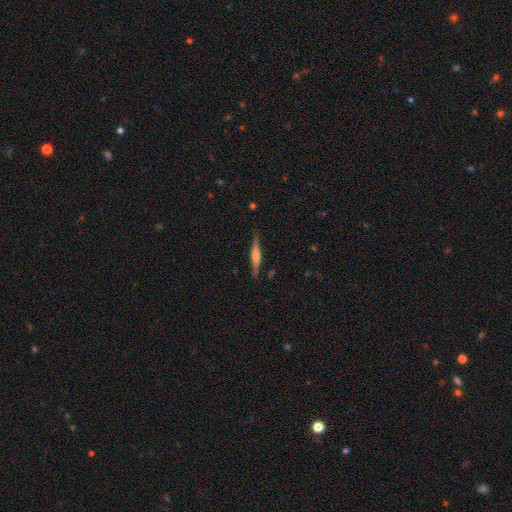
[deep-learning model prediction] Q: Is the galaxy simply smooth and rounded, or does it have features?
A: featured or disk — 69%.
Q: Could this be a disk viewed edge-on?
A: yes — 98%.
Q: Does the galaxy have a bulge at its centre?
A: rounded — 72%.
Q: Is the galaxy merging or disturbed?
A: none — 88%.